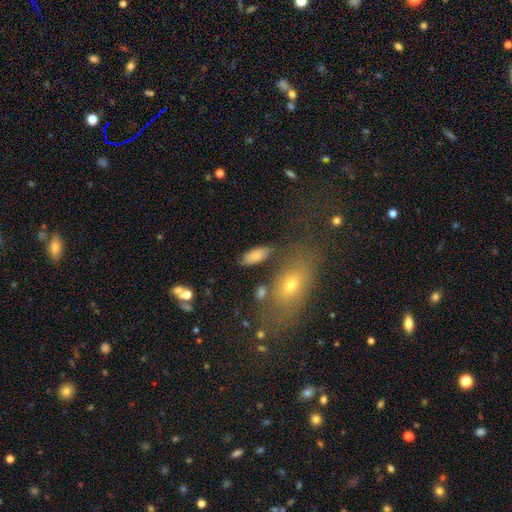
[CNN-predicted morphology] The model was most divided on "merging": none: 69%, minor disturbance: 18%, merger: 7%, major disturbance: 6%. More confident: how rounded — in between (82%); smooth or featured — smooth (81%).